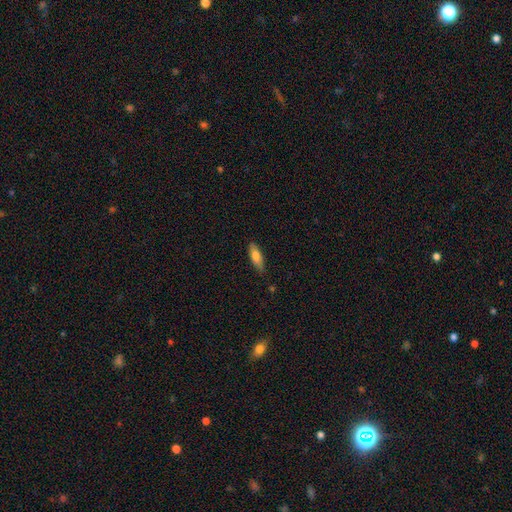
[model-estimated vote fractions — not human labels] smooth 72%, featured or disk 21%, star or artifact 6%. Down the decision tree: how rounded — in between (55%); merging — none (82%).